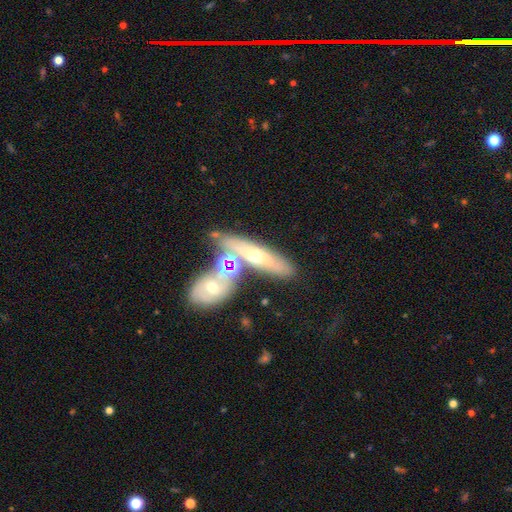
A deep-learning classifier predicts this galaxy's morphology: smooth-or-featured: featured or disk: 54% | smooth: 35% | star or artifact: 11%
  disk-edge-on: yes: 59% | no: 41%
  merging: none: 47% | merger: 33% | minor disturbance: 14% | major disturbance: 5%